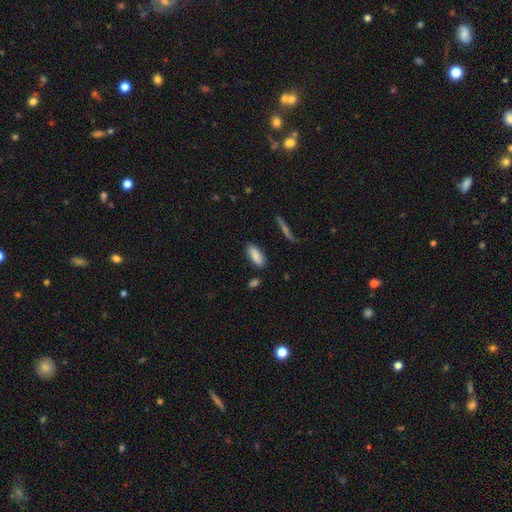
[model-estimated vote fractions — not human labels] The model was most divided on "how rounded": in between: 74%, cigar-shaped: 25%, round: 2%. More confident: smooth or featured — smooth (86%); merging — none (82%).